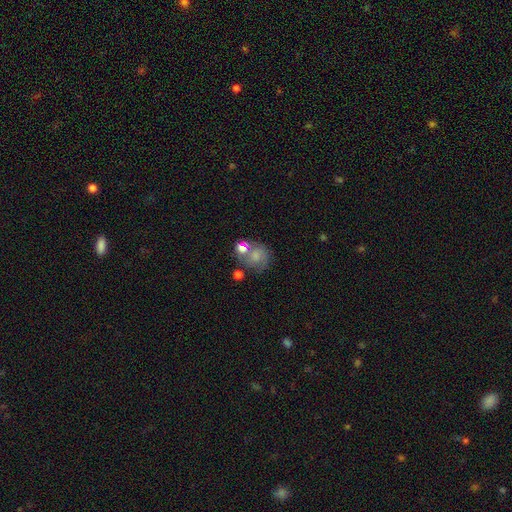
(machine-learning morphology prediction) A smooth galaxy with no disk features (55%) that is round (72%). Merging: none (45%).